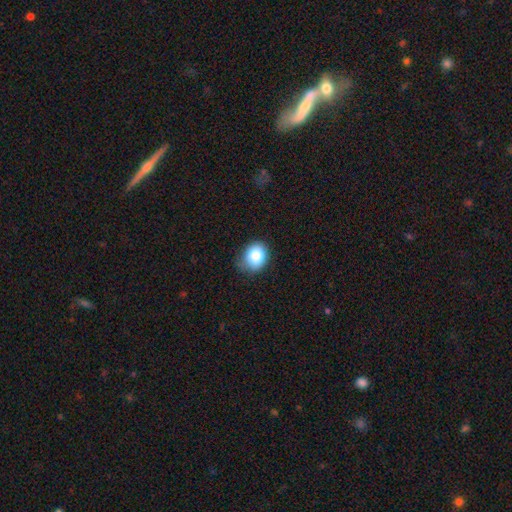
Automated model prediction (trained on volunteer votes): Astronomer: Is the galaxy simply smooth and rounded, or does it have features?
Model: smooth — 84%.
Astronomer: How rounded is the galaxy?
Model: round — 54% (runner-up: in between, 45%).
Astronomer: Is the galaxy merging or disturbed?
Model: none — 68%.